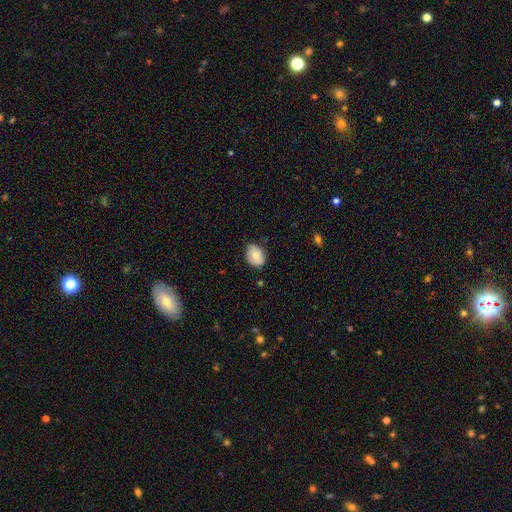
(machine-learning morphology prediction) A smooth galaxy with no disk features (76%) that is in between round and cigar-shaped (68%).

Vote fractions:
- Smooth or featured? smooth: 76% / featured or disk: 17% / star or artifact: 7%
- How rounded? in between: 68% / round: 31% / cigar-shaped: 1%
- Merging? none: 72% / minor disturbance: 23% / major disturbance: 3% / merger: 1%